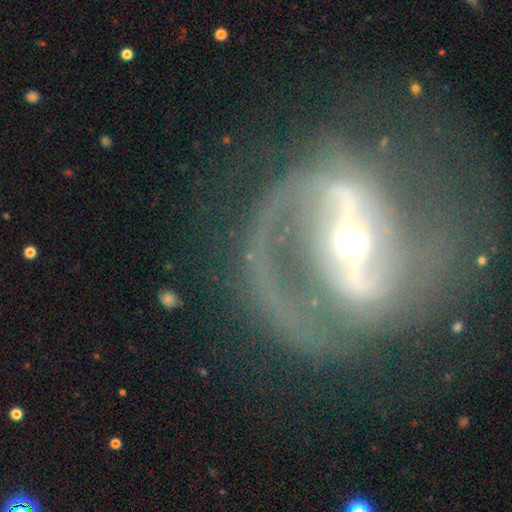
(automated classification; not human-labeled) smooth_or_featured: featured or disk (p=0.88) [alt: star or artifact p=0.07]
disk_edge_on: no (p=0.95) [alt: yes p=0.05]
bar: strong (p=0.73) [alt: weak p=0.18]
has_spiral_arms: yes (p=0.91) [alt: no p=0.09]
spiral_winding: medium (p=0.52) [alt: loose p=0.26]
spiral_arm_count: 2 (p=0.84) [alt: 1 p=0.06]
bulge_size: moderate (p=0.57) [alt: small p=0.35]
merging: none (p=0.63) [alt: major disturbance p=0.17]